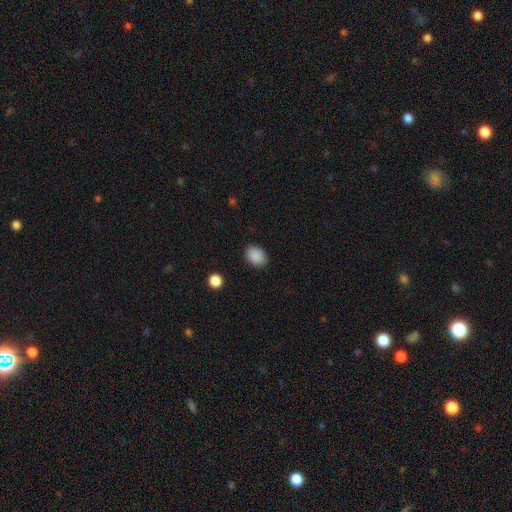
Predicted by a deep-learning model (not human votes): smooth-or-featured: smooth: 89% | star or artifact: 8% | featured or disk: 3%
  how-rounded: in between: 67% | round: 32% | cigar-shaped: 1%
  merging: none: 87% | minor disturbance: 10% | major disturbance: 3% | merger: 1%